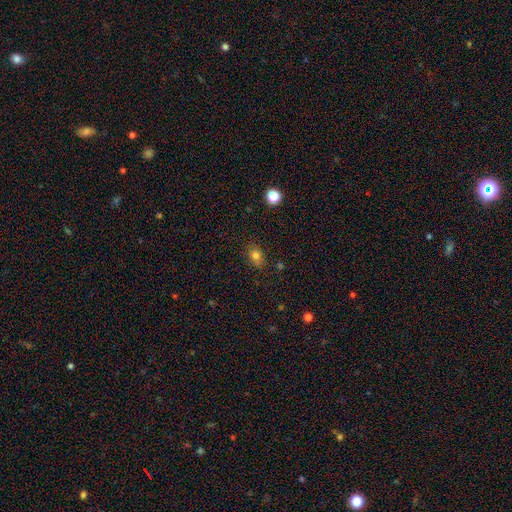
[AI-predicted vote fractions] smooth_or_featured: smooth (p=0.78) [alt: star or artifact p=0.14]
how_rounded: in between (p=0.62) [alt: round p=0.36]
merging: none (p=0.82) [alt: minor disturbance p=0.13]